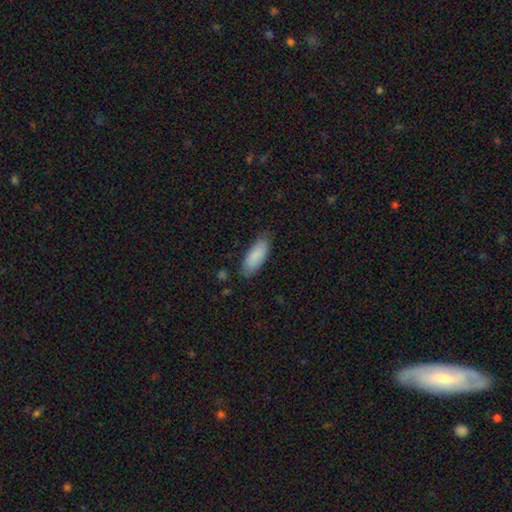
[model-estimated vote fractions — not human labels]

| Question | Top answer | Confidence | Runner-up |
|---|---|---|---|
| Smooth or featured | smooth | 88% | featured or disk (7%) |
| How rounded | in between | 75% | cigar-shaped (23%) |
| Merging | none | 82% | minor disturbance (14%) |